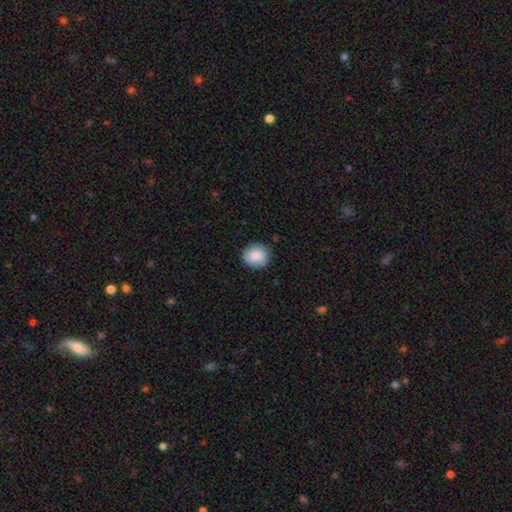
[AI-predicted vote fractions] smooth-or-featured: smooth: 87% | star or artifact: 7% | featured or disk: 6%
  how-rounded: round: 86% | in between: 13% | cigar-shaped: 1%
  merging: none: 87% | minor disturbance: 10% | major disturbance: 2% | merger: 1%